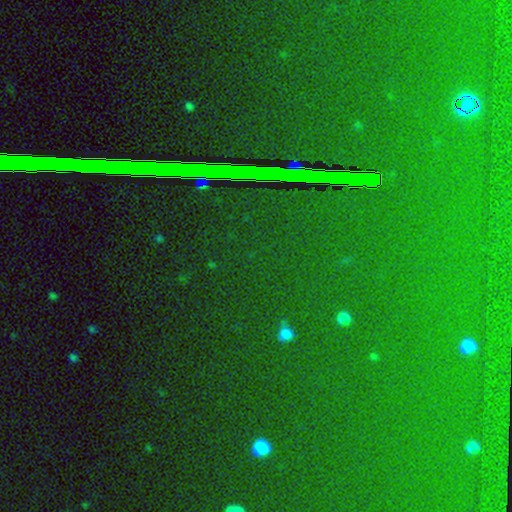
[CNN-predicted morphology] Smooth or featured?
  - star or artifact: 84% *
  - smooth: 8%
  - featured or disk: 7%